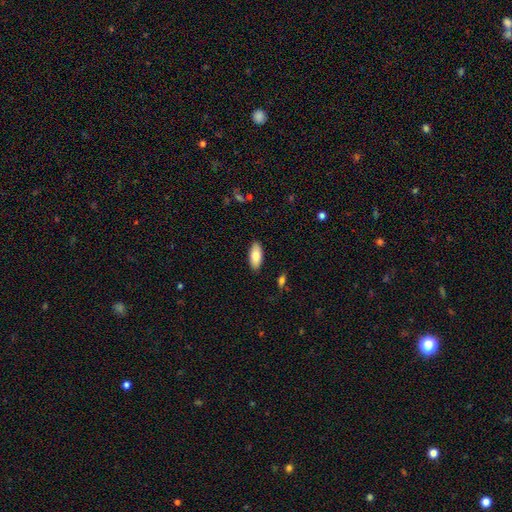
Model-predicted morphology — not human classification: Smooth or featured: smooth — 80% (featured or disk — 14%)
How rounded: in between — 89% (cigar-shaped — 9%)
Merging: none — 89% (minor disturbance — 8%)